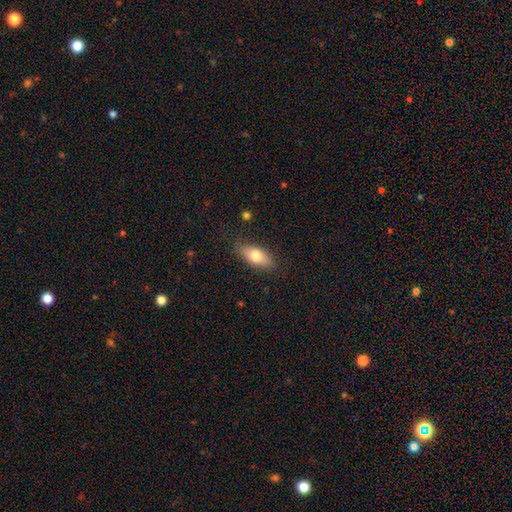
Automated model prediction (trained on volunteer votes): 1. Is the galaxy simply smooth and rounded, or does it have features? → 72% smooth, 21% featured or disk, 7% star or artifact.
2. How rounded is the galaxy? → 77% in between, 20% cigar-shaped, 3% round.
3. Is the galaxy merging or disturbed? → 82% none, 14% minor disturbance, 3% major disturbance, 1% merger.